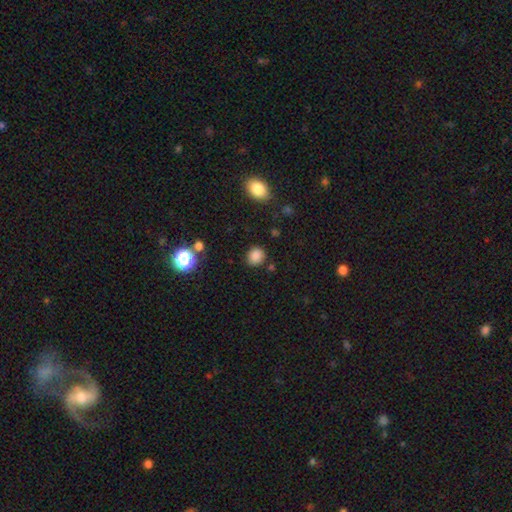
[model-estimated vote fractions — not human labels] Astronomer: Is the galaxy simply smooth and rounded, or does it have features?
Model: smooth — 83%.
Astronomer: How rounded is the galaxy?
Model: round — 80%.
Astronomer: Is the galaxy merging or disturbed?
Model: none — 83%.